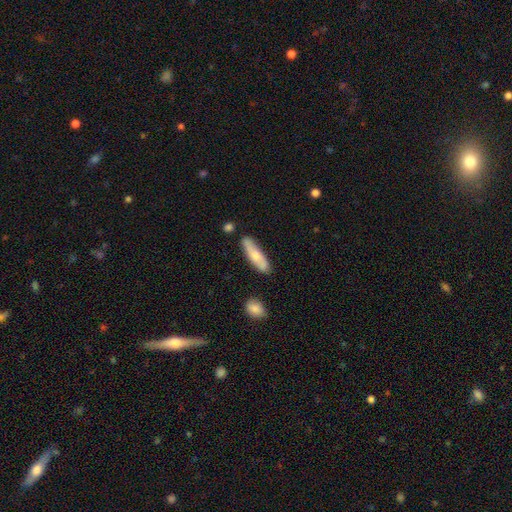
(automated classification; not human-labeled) This appears to be a smooth galaxy with no disk features (66%) that is cigar-shaped (63%). Merging: none (78%).